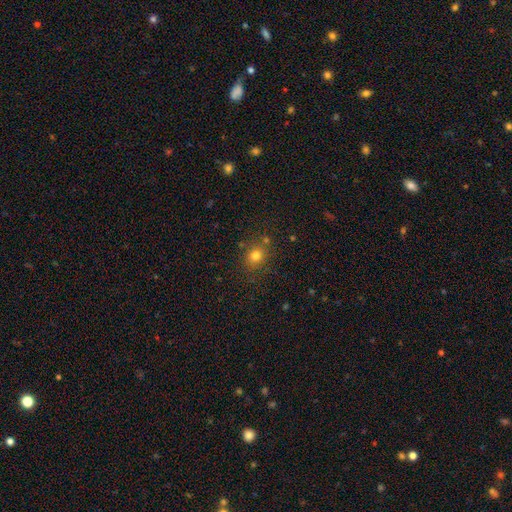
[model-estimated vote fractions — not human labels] The model was most divided on "how rounded": round: 71%, in between: 28%, cigar-shaped: 1%. More confident: merging — none (79%); smooth or featured — smooth (76%).